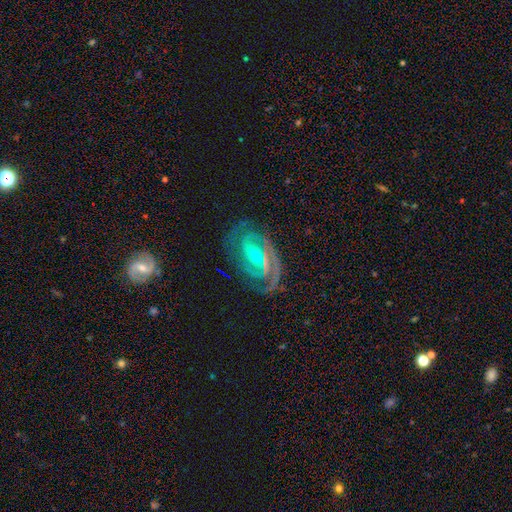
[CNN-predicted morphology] A featured or disk galaxy (88%) with a weak bar (41%), 2 (60%) tight (62%) spiral arms (97%) and a small central bulge (58%). Merging: none (75%).